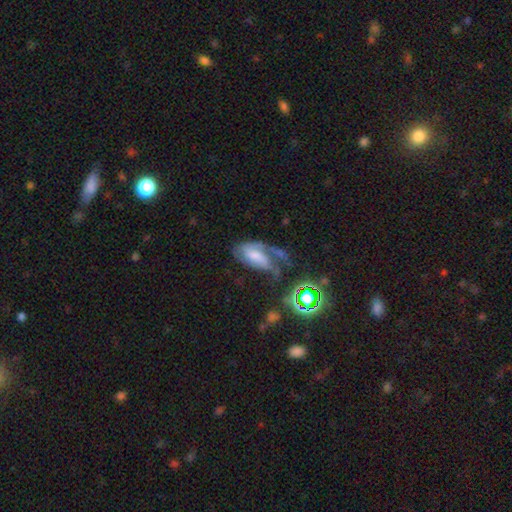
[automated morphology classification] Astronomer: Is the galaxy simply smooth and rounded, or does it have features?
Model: featured or disk — 59%.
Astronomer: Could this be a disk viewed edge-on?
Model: no — 94%.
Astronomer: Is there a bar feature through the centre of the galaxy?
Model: no — 50% (runner-up: weak, 35%).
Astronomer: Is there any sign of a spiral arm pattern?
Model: yes — 82%.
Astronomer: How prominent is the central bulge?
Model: moderate — 36% (runner-up: small, 29%).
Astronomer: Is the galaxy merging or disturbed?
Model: major disturbance — 43% (runner-up: none, 26%).